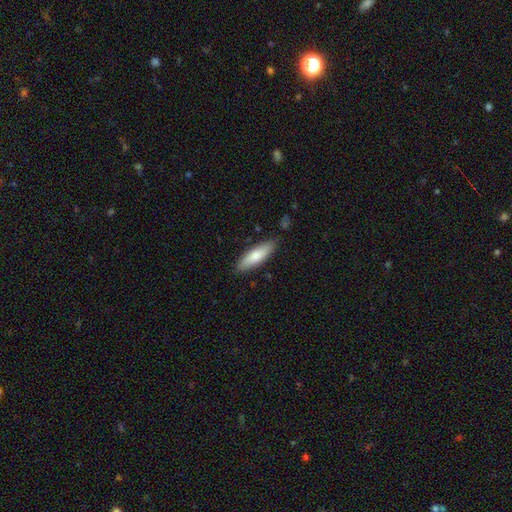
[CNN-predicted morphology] smooth 76%, featured or disk 19%, star or artifact 5%. Down the decision tree: how rounded — cigar-shaped (58%); merging — none (85%).